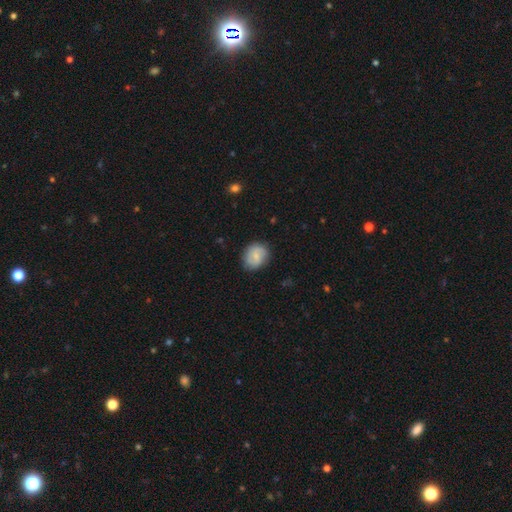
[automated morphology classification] The model was most divided on "smooth or featured": smooth: 56%, featured or disk: 37%, star or artifact: 7%. More confident: merging — none (81%); how rounded — round (65%).